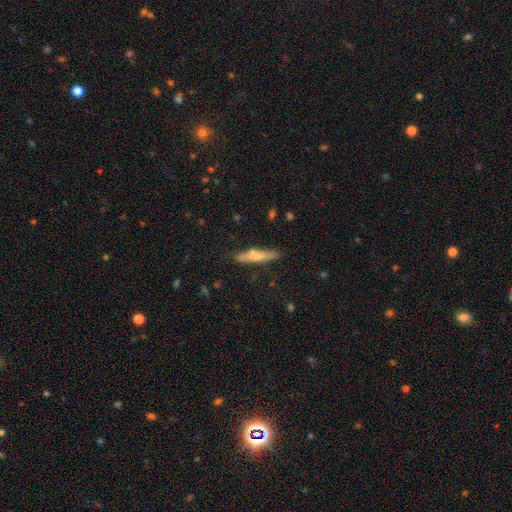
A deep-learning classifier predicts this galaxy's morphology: Q: Smooth or featured?
A: smooth (60%); runner-up: featured or disk (33%)
Q: How rounded?
A: cigar-shaped (86%); runner-up: in between (12%)
Q: Merging?
A: none (73%); runner-up: minor disturbance (17%)